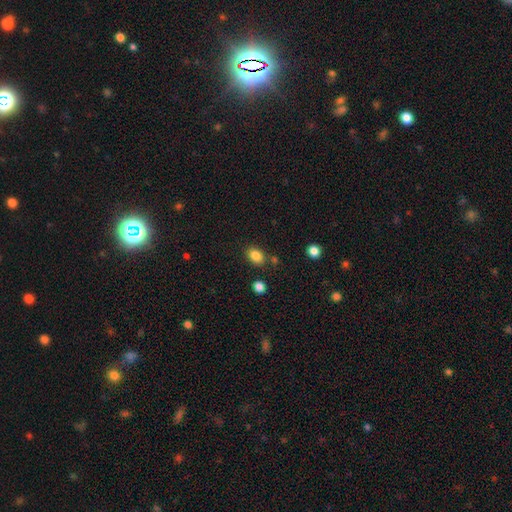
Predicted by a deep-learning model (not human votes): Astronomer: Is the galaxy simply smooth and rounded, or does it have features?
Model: smooth — 85%.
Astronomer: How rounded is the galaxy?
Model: in between — 73%.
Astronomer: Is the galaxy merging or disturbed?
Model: none — 79%.